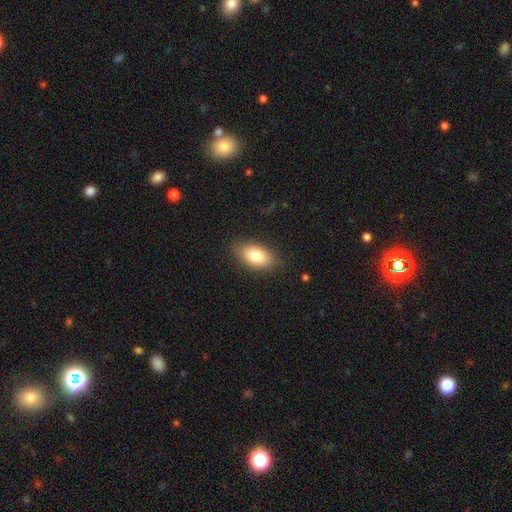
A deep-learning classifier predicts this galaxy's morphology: A smooth galaxy with no disk features (81%) that is in between round and cigar-shaped (90%).

Vote fractions:
- Smooth or featured? smooth: 81% / featured or disk: 12% / star or artifact: 7%
- How rounded? in between: 90% / round: 5% / cigar-shaped: 5%
- Merging? none: 85% / minor disturbance: 11% / major disturbance: 3% / merger: 1%